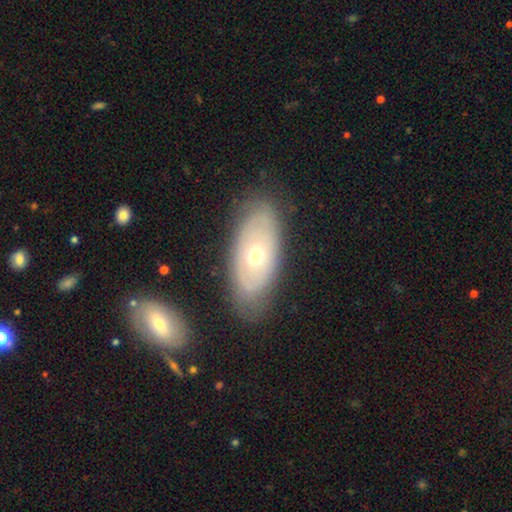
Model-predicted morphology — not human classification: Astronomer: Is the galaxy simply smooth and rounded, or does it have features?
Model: featured or disk — 55% (runner-up: smooth, 38%).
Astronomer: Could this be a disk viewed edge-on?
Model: no — 86%.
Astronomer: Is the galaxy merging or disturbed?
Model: none — 79%.